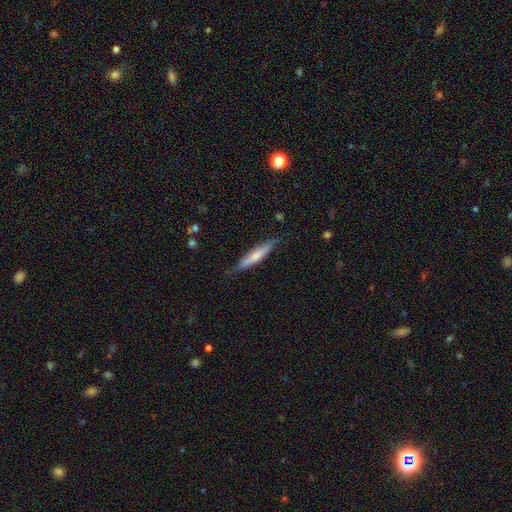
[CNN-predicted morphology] A smooth galaxy with no disk features (59%) that is cigar-shaped (89%).

Vote fractions:
- Smooth or featured? smooth: 59% / featured or disk: 35% / star or artifact: 5%
- How rounded? cigar-shaped: 89% / in between: 9% / round: 1%
- Merging? none: 81% / minor disturbance: 15% / major disturbance: 3% / merger: 1%